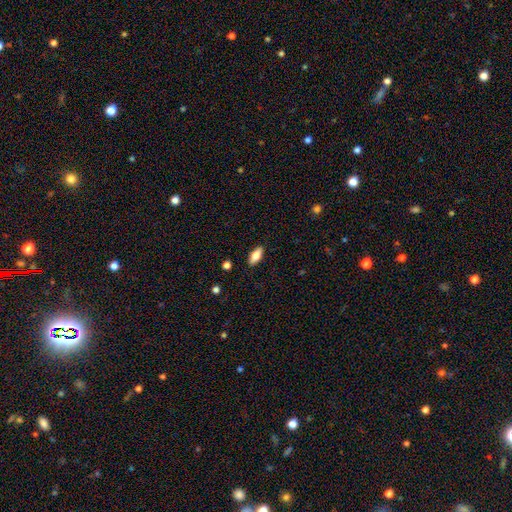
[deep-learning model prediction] Smooth or featured? smooth (74%)
How rounded? in between (83%)
Merging? none (89%)